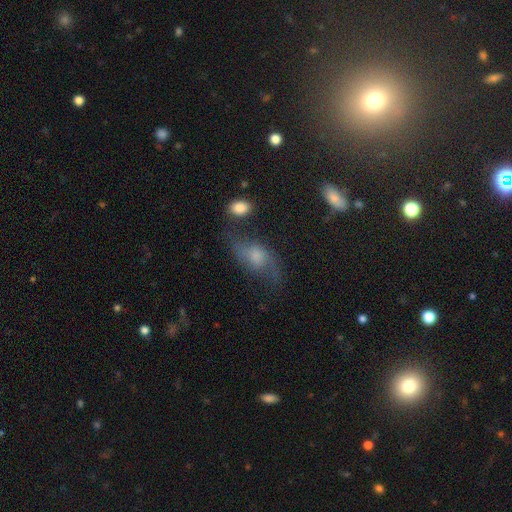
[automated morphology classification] smooth-or-featured: featured or disk: 59% | smooth: 29% | star or artifact: 12%
  disk-edge-on: no: 90% | yes: 10%
    bar: no: 66% | weak: 29% | strong: 5%
    has-spiral-arms: yes: 86% | no: 14%
    bulge-size: moderate: 42% | small: 28% | large: 16% | none: 10% | dominant: 3%
  merging: none: 56% | minor disturbance: 23% | major disturbance: 16% | merger: 5%